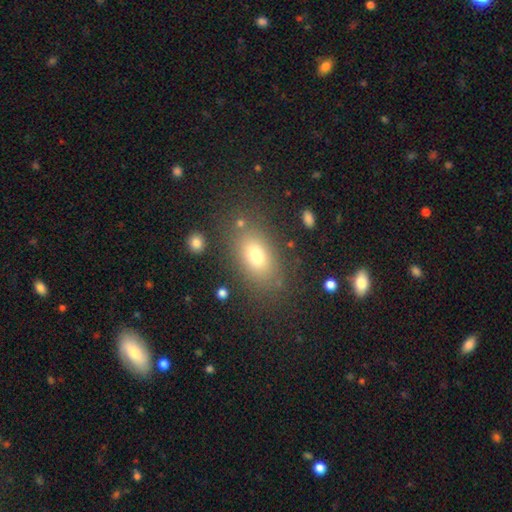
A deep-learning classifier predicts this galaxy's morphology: Smooth or featured: smooth — 74% (featured or disk — 14%)
How rounded: in between — 82% (round — 15%)
Merging: none — 80% (minor disturbance — 11%)